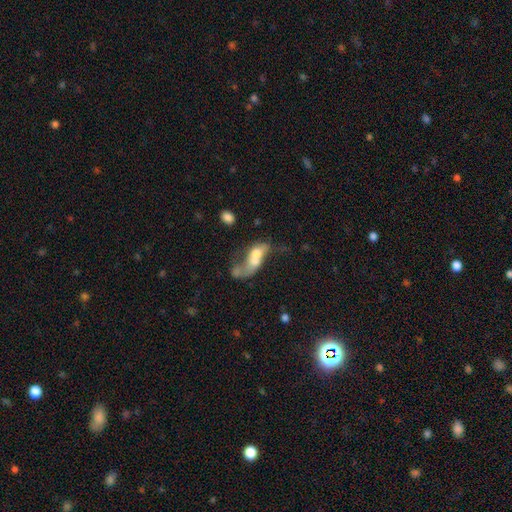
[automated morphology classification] smooth 45% (tied), featured or disk 45% (tied), star or artifact 11%. Down the decision tree: merging — merger (61%).